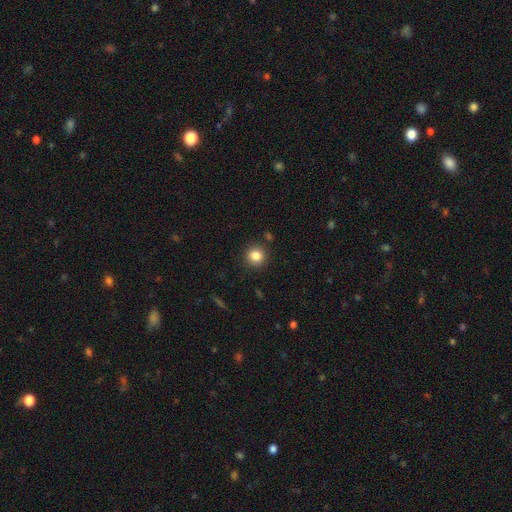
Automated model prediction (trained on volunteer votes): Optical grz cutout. It shows a smooth galaxy with no disk features (84%) that is round (93%). Merging: none (89%).